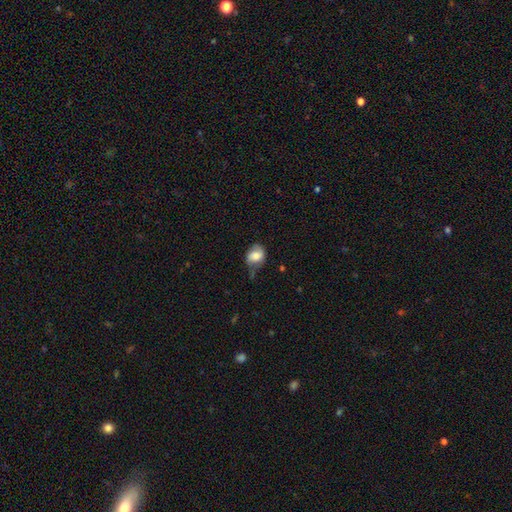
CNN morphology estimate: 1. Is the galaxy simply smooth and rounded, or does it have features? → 64% smooth, 28% featured or disk, 8% star or artifact.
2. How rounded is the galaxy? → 52% in between, 46% round, 1% cigar-shaped.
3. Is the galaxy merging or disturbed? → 47% none, 35% minor disturbance, 14% major disturbance, 4% merger.